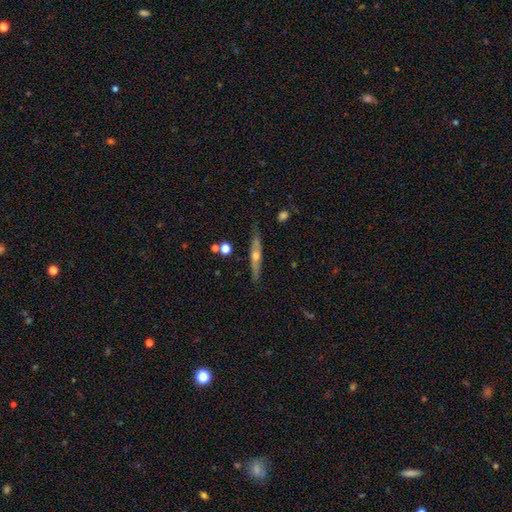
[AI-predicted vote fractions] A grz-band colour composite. It shows a featured or disk galaxy (63%) viewed edge-on (90%) with a rounded central bulge (86%). Merging: none (83%).